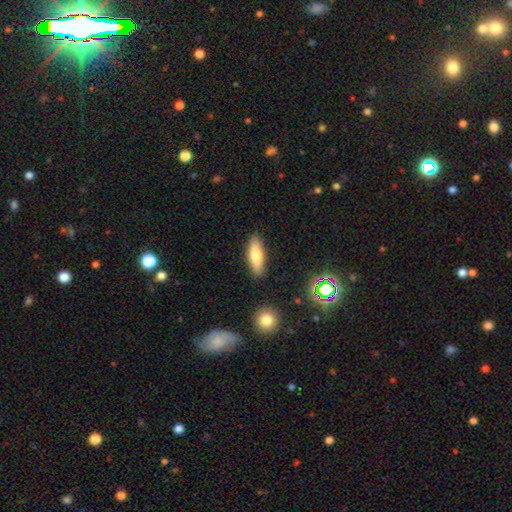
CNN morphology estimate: This is likely a smooth galaxy (73%). How rounded: possibly in between (52%). Merging: clearly none (86%).